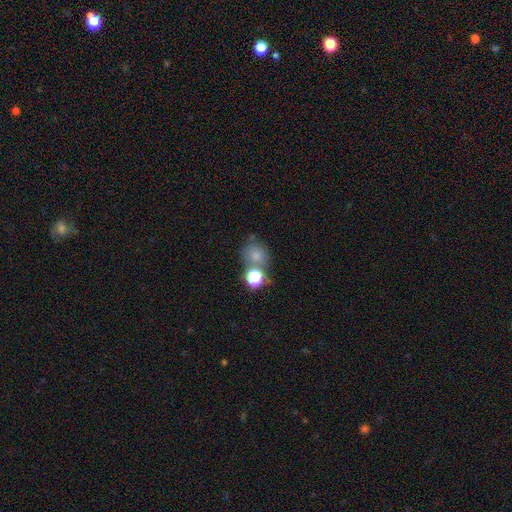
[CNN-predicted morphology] This is likely a smooth galaxy (72%). How rounded: likely round (76%). Merging: possibly none (56%).